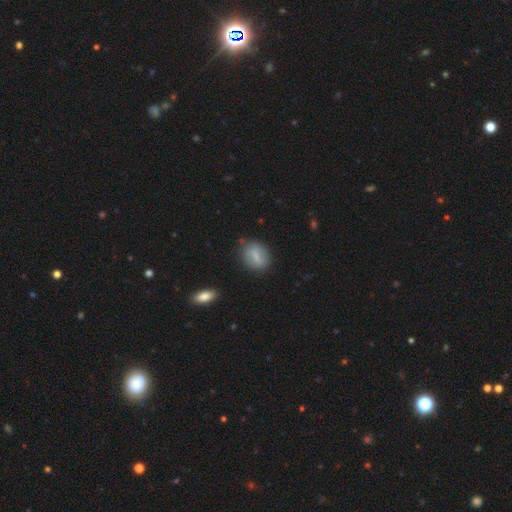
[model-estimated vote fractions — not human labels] Q: Smooth or featured?
A: smooth (68%); runner-up: featured or disk (25%)
Q: How rounded?
A: in between (65%); runner-up: round (32%)
Q: Merging?
A: none (77%); runner-up: minor disturbance (16%)